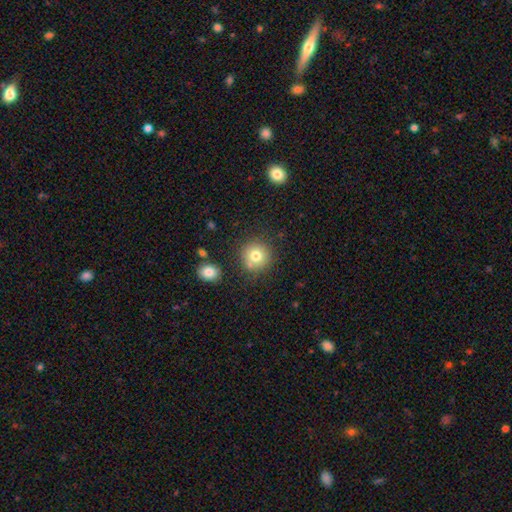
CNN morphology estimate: smooth-or-featured: smooth: 77% | star or artifact: 12% | featured or disk: 12%
  how-rounded: round: 93% | in between: 6% | cigar-shaped: 1%
  merging: none: 75% | merger: 12% | minor disturbance: 10% | major disturbance: 3%